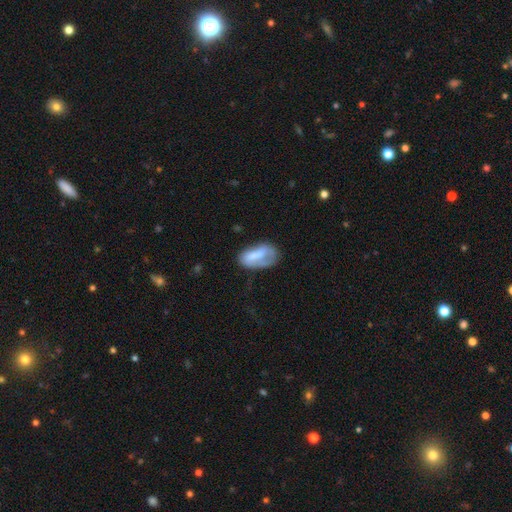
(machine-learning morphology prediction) The model was most divided on "merging": none: 39%, minor disturbance: 29%, major disturbance: 25%, merger: 7%. More confident: how rounded — in between (90%); smooth or featured — smooth (60%).